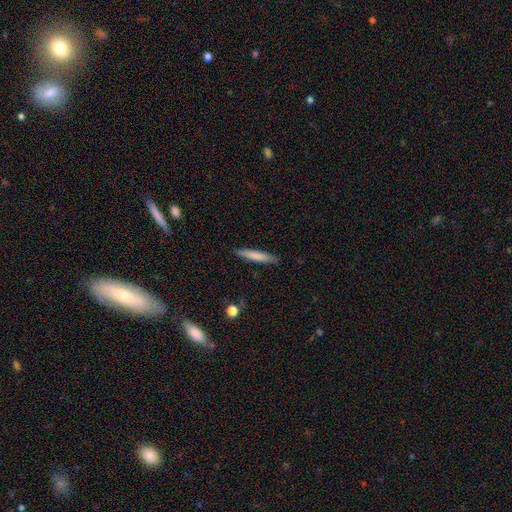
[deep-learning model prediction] Smooth or featured? Predicted: smooth (p=0.77). How rounded? Predicted: cigar-shaped (p=0.92). Merging? Predicted: none (p=0.89).